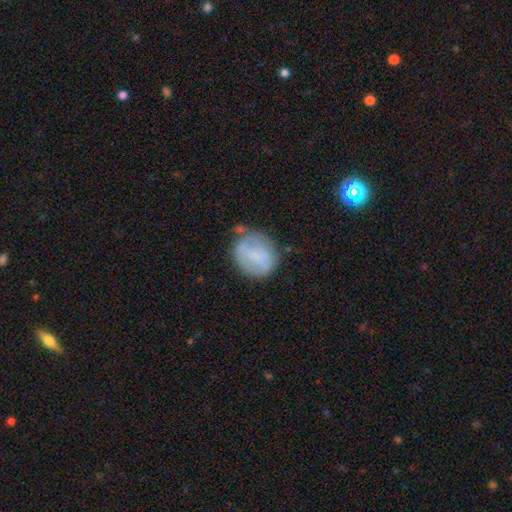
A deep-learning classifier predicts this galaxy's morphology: This appears to be a smooth galaxy with no disk features (59%) that is round (66%). Merging: none (55%).